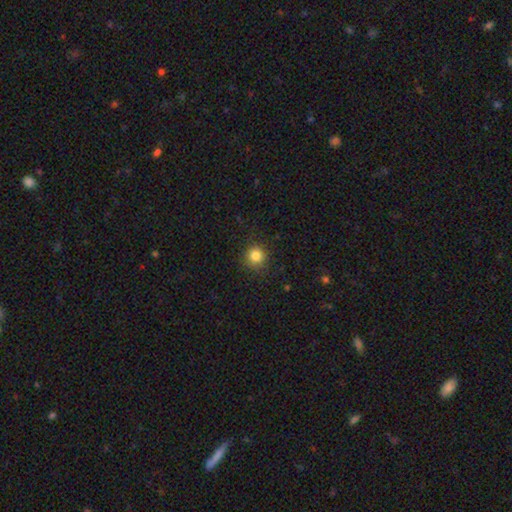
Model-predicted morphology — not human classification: This appears to be a smooth galaxy with no disk features (83%) that is round (93%). Merging: none (88%).